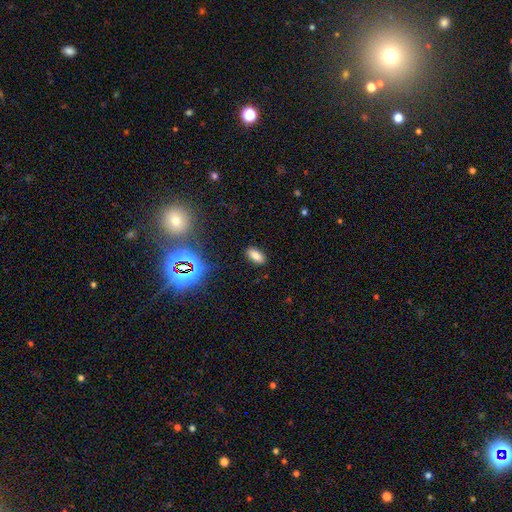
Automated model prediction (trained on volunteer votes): This appears to be a smooth galaxy with no disk features (76%) that is in between round and cigar-shaped (91%). Merging: none (88%).